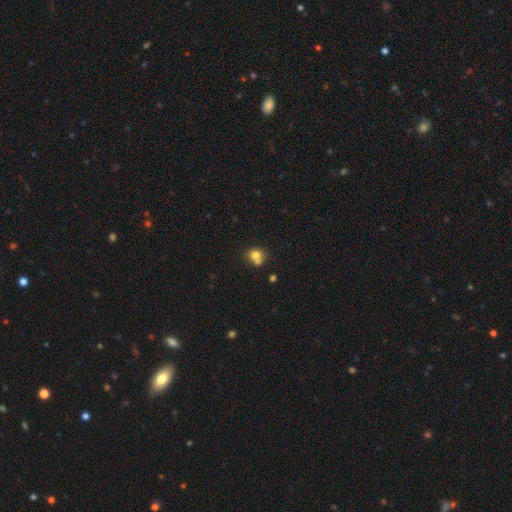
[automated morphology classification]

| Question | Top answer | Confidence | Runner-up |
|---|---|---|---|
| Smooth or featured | smooth | 75% | featured or disk (13%) |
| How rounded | round | 76% | in between (23%) |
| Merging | merger | 44% | none (42%) |